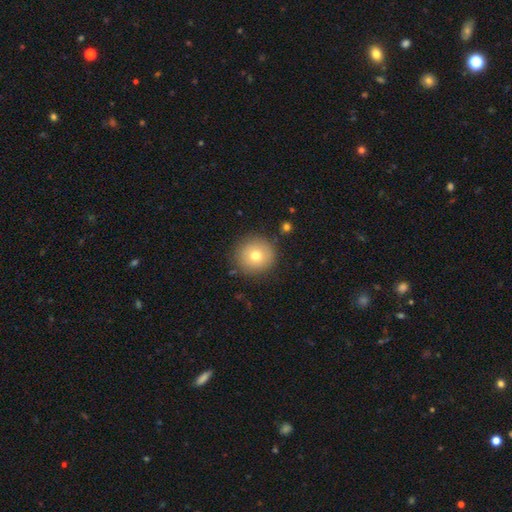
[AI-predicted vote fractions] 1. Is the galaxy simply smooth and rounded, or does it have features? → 74% smooth, 15% featured or disk, 11% star or artifact.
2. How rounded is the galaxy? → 94% round, 5% in between, 1% cigar-shaped.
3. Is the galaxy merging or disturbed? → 87% none, 8% minor disturbance, 3% major disturbance, 2% merger.